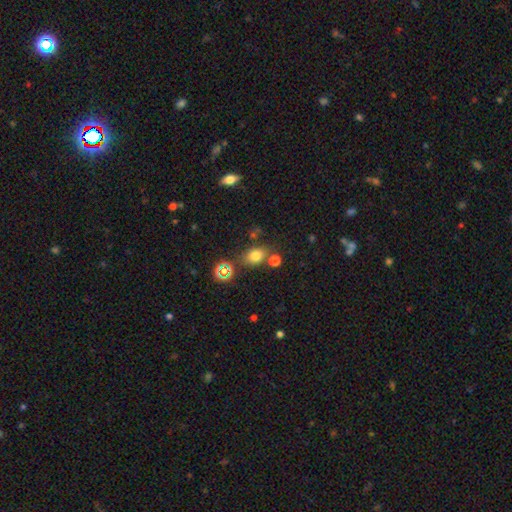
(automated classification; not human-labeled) smooth-or-featured: smooth: 73% | star or artifact: 18% | featured or disk: 8%
  how-rounded: in between: 63% | round: 36% | cigar-shaped: 2%
  merging: none: 70% | minor disturbance: 13% | merger: 12% | major disturbance: 5%